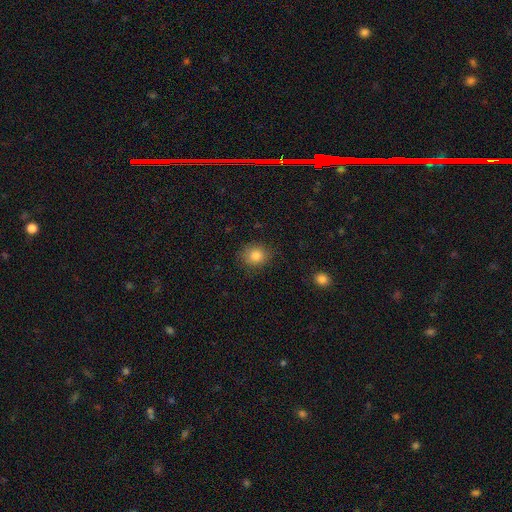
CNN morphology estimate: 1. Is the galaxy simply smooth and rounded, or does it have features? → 83% smooth, 10% star or artifact, 7% featured or disk.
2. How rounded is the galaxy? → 70% round, 29% in between, 1% cigar-shaped.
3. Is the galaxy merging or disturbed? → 84% none, 11% minor disturbance, 3% major disturbance, 1% merger.